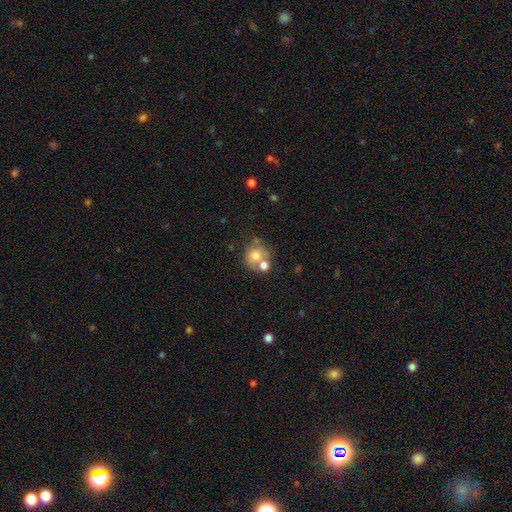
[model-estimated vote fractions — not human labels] smooth 71%, featured or disk 19%, star or artifact 10%. Down the decision tree: how rounded — round (78%); merging — none (46%).